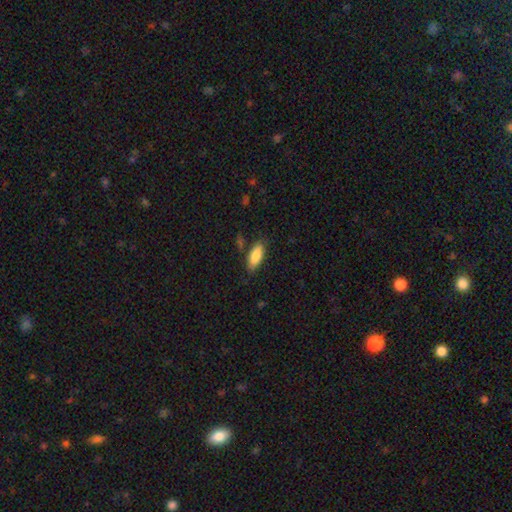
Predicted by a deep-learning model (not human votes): A smooth galaxy with no disk features (86%) that is in between round and cigar-shaped (76%). Merging: none (80%).